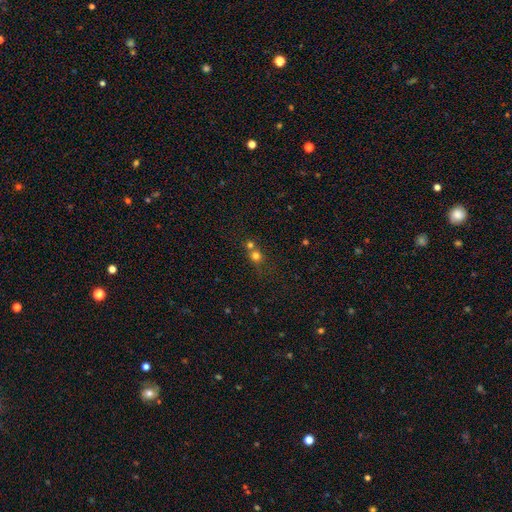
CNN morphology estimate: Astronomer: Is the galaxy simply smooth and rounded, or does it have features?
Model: smooth — 71%.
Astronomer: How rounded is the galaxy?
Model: round — 85%.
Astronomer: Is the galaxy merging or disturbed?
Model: none — 45% (runner-up: merger, 44%).